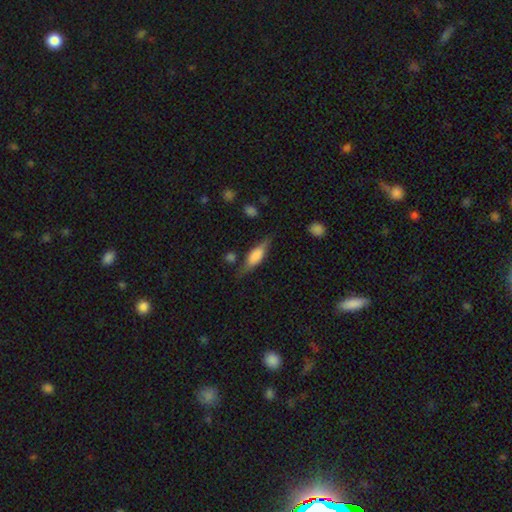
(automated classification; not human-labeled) This is possibly a featured or disk galaxy (50%). Merging: likely none (73%).